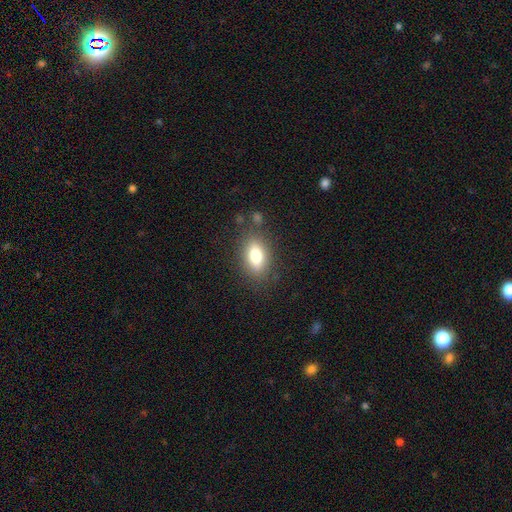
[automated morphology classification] smooth_or_featured: smooth (p=0.77) [alt: featured or disk p=0.15]
how_rounded: in between (p=0.84) [alt: cigar-shaped p=0.08]
merging: none (p=0.81) [alt: minor disturbance p=0.12]